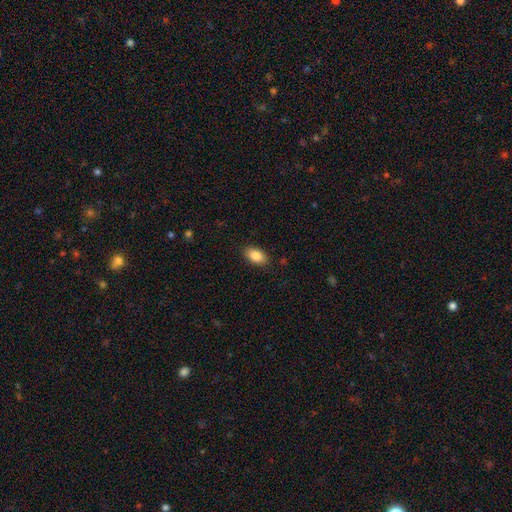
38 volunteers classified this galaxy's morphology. Smooth or featured: smooth — 87% (featured or disk — 8%)
How rounded: in between — 94% (cigar-shaped — 6%)
Merging: none — 89% (minor disturbance — 8%)